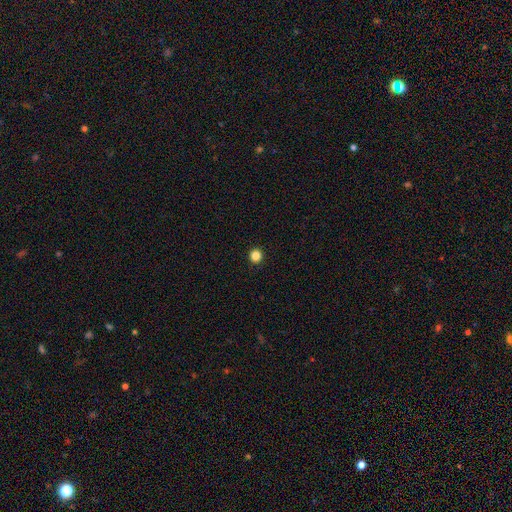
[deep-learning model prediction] smooth 85%, star or artifact 12%, featured or disk 3%. Down the decision tree: how rounded — round (95%); merging — none (94%).